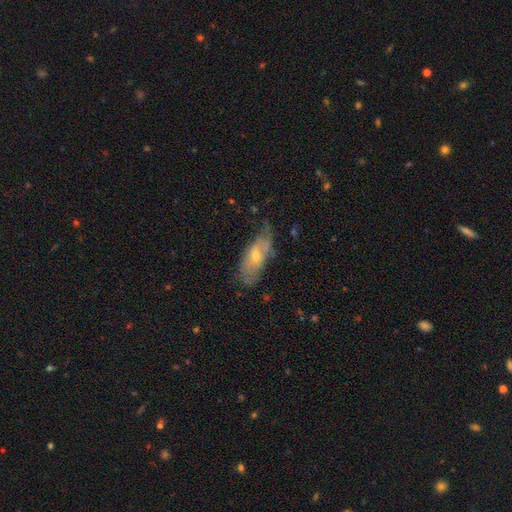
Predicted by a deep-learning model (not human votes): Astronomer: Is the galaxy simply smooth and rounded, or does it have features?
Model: featured or disk — 54% (runner-up: smooth, 38%).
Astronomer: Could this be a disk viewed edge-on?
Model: no — 80%.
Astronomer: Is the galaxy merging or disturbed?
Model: none — 52% (runner-up: minor disturbance, 31%).